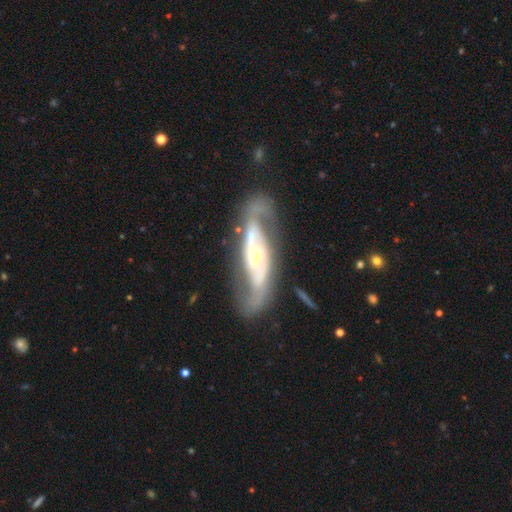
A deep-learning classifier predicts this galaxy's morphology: Q: Smooth or featured?
A: featured or disk (86%); runner-up: smooth (10%)
Q: Edge-on disk?
A: no (89%); runner-up: yes (11%)
Q: Bar?
A: no (58%); runner-up: weak (22%)
Q: Spiral arms?
A: yes (87%); runner-up: no (13%)
Q: Spiral winding?
A: medium (44%); runner-up: loose (31%)
Q: Spiral arm count?
A: 2 (88%); runner-up: can't tell (7%)
Q: Bulge size?
A: moderate (48%); runner-up: small (45%)
Q: Merging?
A: none (72%); runner-up: minor disturbance (15%)